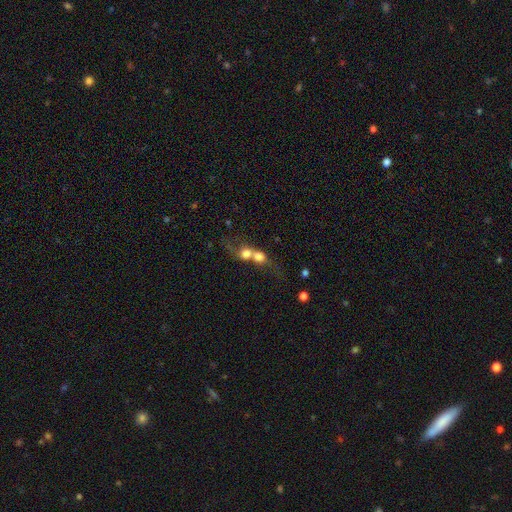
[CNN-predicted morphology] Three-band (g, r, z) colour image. It shows a smooth galaxy with no disk features (65%) that is round (71%). Merging: merger (77%).